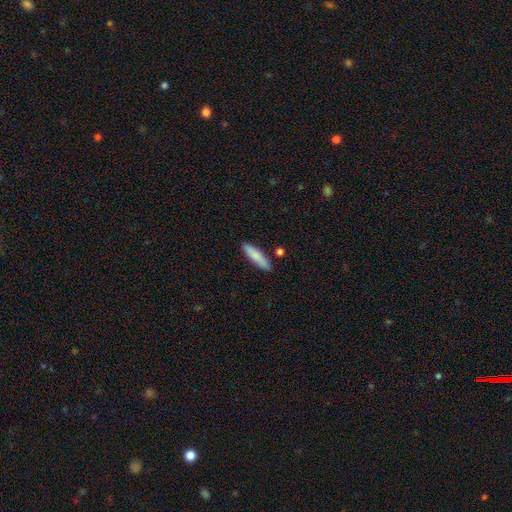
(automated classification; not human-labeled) smooth-or-featured: smooth: 84% | featured or disk: 11% | star or artifact: 6%
  how-rounded: cigar-shaped: 70% | in between: 29% | round: 2%
  merging: none: 85% | minor disturbance: 10% | merger: 3% | major disturbance: 2%